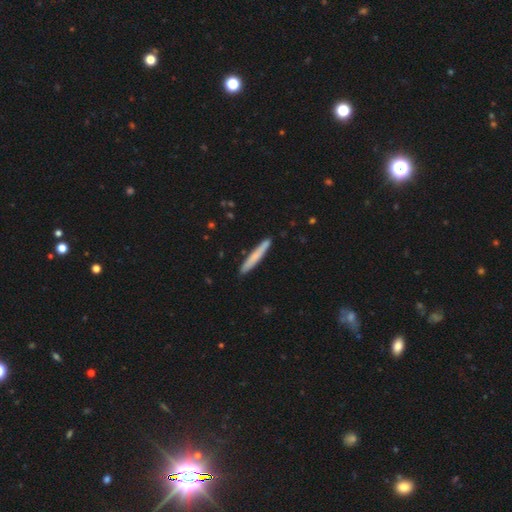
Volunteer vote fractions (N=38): smooth 74%, featured or disk 24%, star or artifact 3%. Down the decision tree: how rounded — cigar-shaped (100%); merging — none (95%).